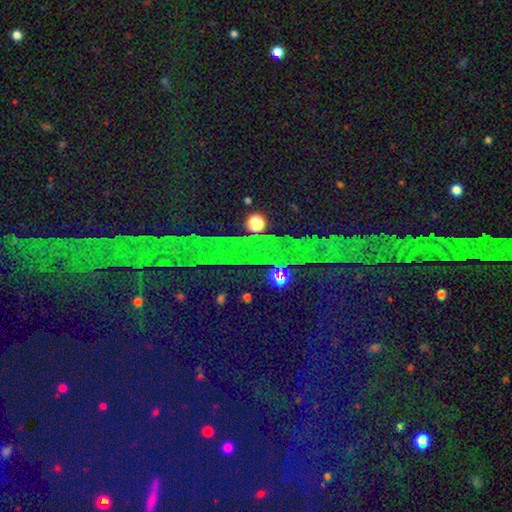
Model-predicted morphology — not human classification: This appears to be a star or artifact, not a galaxy (80%).